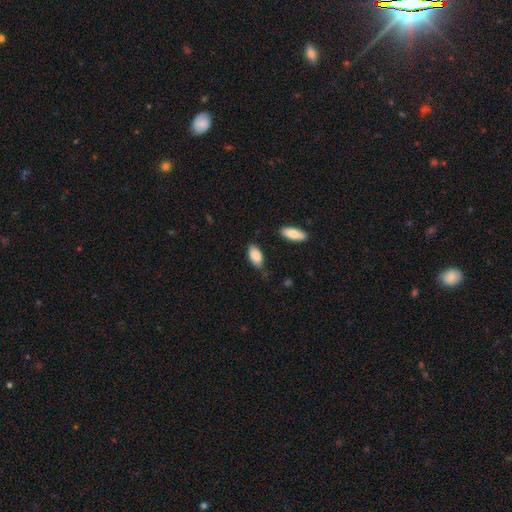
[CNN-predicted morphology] smooth-or-featured: smooth: 84% | featured or disk: 10% | star or artifact: 6%
  how-rounded: in between: 90% | cigar-shaped: 8% | round: 3%
  merging: none: 69% | minor disturbance: 24% | major disturbance: 4% | merger: 3%